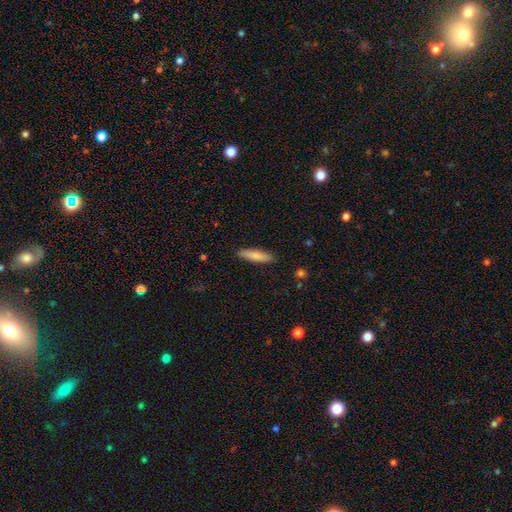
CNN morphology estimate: This is clearly a smooth galaxy (81%). How rounded: likely cigar-shaped (73%). Merging: clearly none (89%).